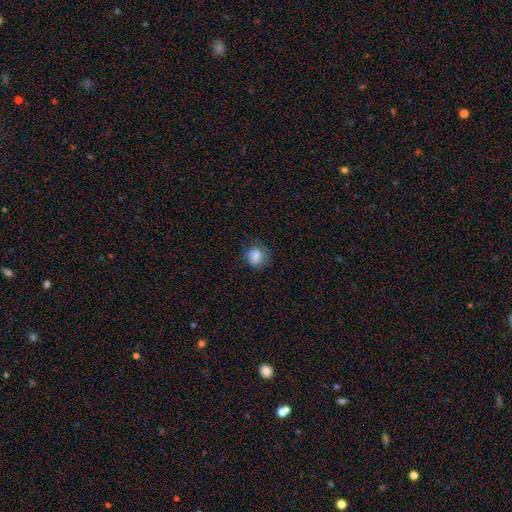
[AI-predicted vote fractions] Overall: smooth (83%). How rounded: round (71%). Merging: none (71%).